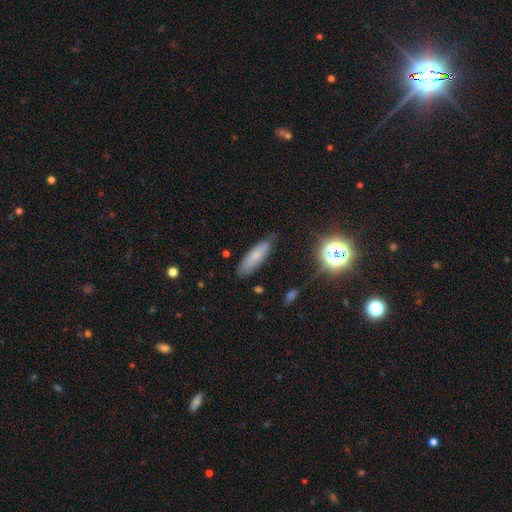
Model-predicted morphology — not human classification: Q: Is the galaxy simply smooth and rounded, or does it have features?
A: smooth — 66%.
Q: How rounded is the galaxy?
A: cigar-shaped — 52%.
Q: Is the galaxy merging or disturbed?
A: none — 76%.